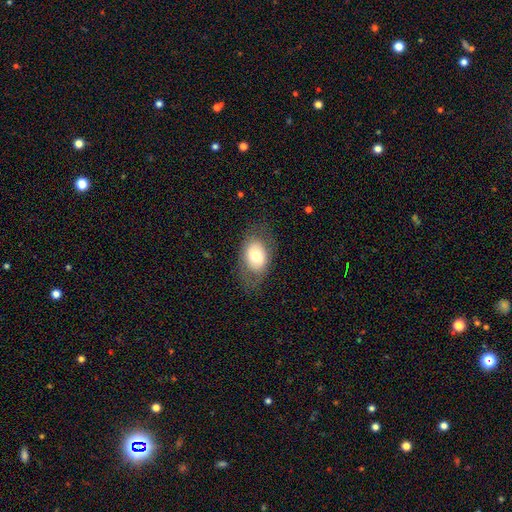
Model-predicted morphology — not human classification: The model was most divided on "smooth or featured": smooth: 66%, featured or disk: 26%, star or artifact: 8%. More confident: how rounded — in between (81%); merging — none (72%).